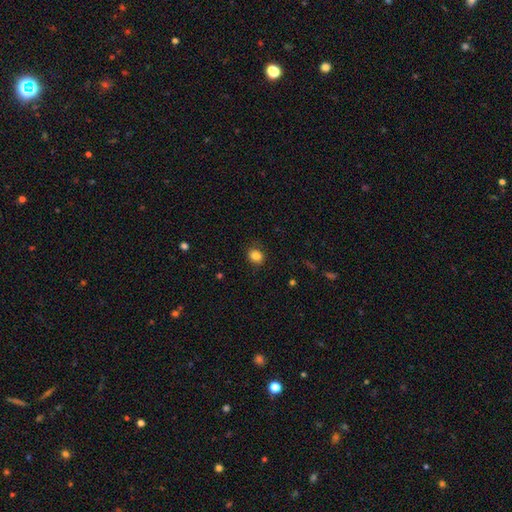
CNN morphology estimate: smooth_or_featured: smooth (p=0.85) [alt: star or artifact p=0.10]
how_rounded: round (p=0.60) [alt: in between p=0.39]
merging: none (p=0.83) [alt: minor disturbance p=0.12]